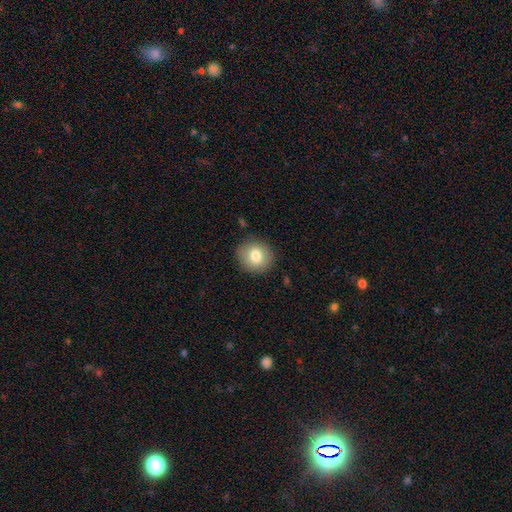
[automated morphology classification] Smooth or featured: smooth — 79% (featured or disk — 13%)
How rounded: round — 82% (in between — 17%)
Merging: none — 86% (minor disturbance — 10%)